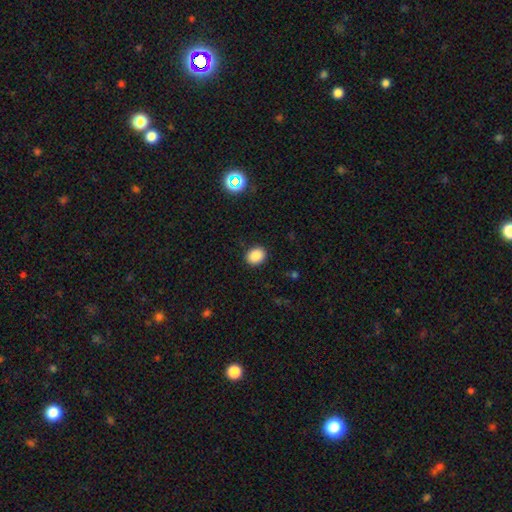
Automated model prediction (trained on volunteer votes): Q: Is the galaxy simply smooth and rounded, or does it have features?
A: smooth — 87%.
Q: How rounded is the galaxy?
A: round — 55%.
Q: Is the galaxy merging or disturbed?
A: none — 89%.